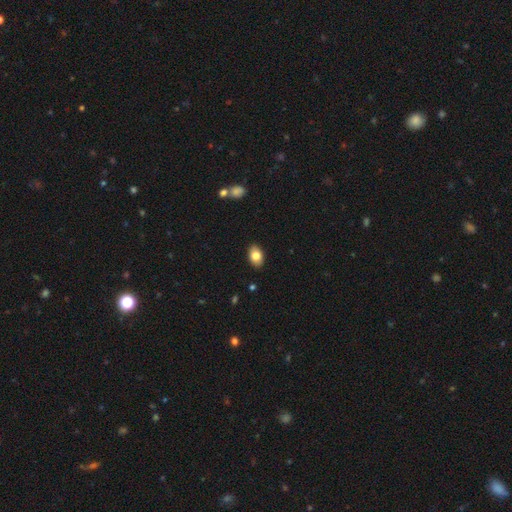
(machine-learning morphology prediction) Smooth or featured? smooth (82%)
How rounded? in between (87%)
Merging? none (88%)